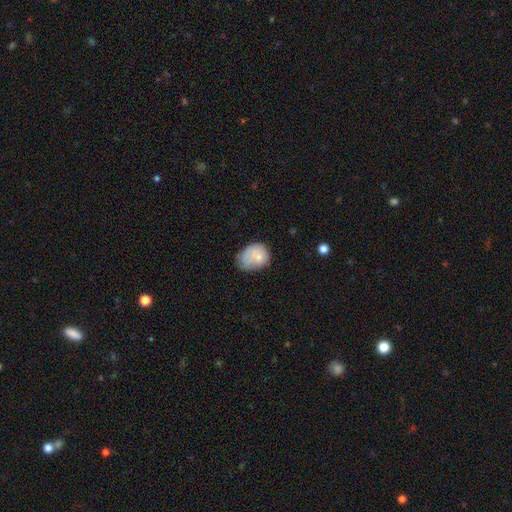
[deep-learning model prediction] smooth 75%, featured or disk 17%, star or artifact 8%. Down the decision tree: how rounded — in between (56%); merging — none (42%).